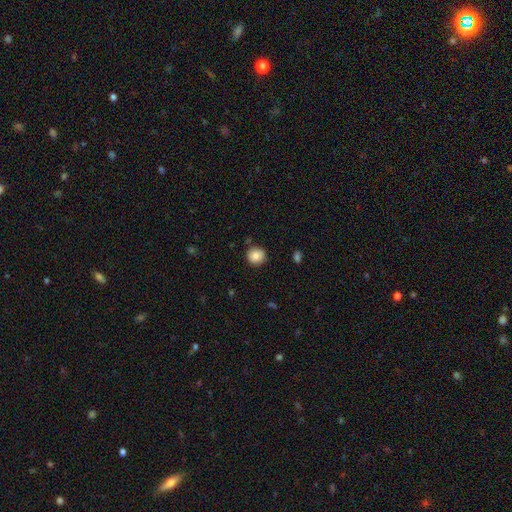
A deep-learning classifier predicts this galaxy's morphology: The model was most divided on "merging": none: 84%, minor disturbance: 11%, major disturbance: 3%, merger: 2%. More confident: how rounded — round (90%); smooth or featured — smooth (86%).